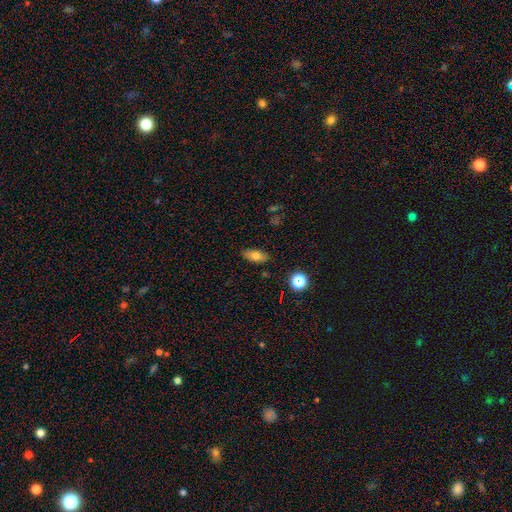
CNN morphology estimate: A smooth galaxy with no disk features (73%) that is in between round and cigar-shaped (83%). Merging: none (86%).